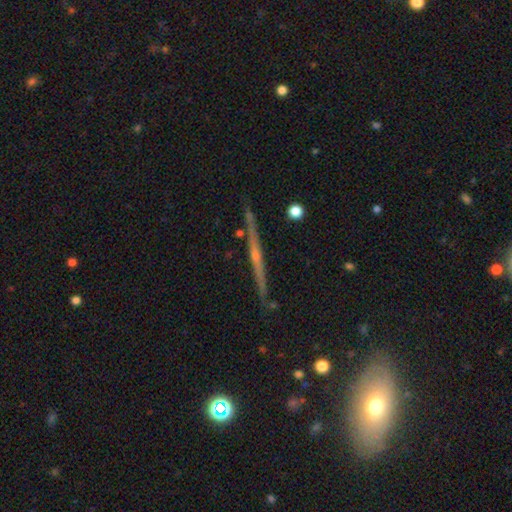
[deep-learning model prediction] A featured or disk galaxy (82%) viewed edge-on (98%) with a rounded central bulge (68%).

Vote fractions:
- Smooth or featured? featured or disk: 82% / smooth: 10% / star or artifact: 8%
- Edge-on disk? yes: 98% / no: 2%
- Edge-on bulge? rounded: 68% / none: 25% / boxy: 8%
- Merging? none: 90% / minor disturbance: 7% / merger: 2% / major disturbance: 2%